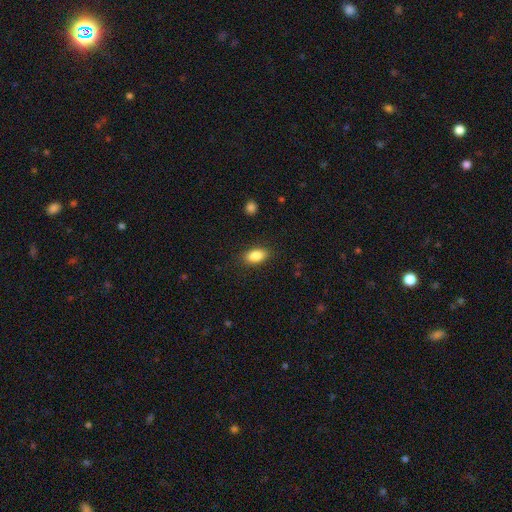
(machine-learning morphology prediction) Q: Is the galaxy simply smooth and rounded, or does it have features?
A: smooth — 87%.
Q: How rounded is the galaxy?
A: in between — 90%.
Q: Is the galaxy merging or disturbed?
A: none — 87%.